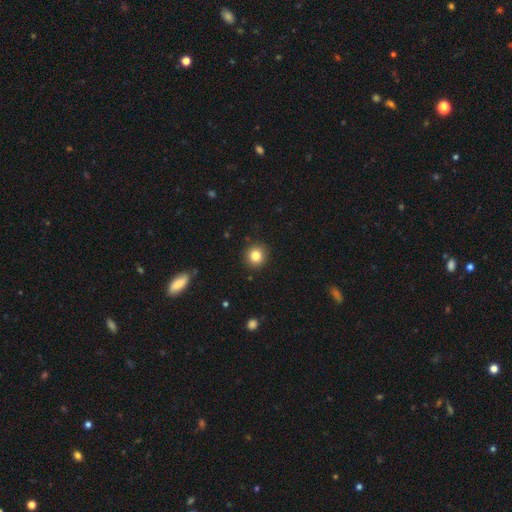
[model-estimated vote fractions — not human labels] smooth-or-featured: smooth: 83% | star or artifact: 11% | featured or disk: 6%
  how-rounded: round: 92% | in between: 7% | cigar-shaped: 1%
  merging: none: 91% | minor disturbance: 6% | major disturbance: 2% | merger: 1%